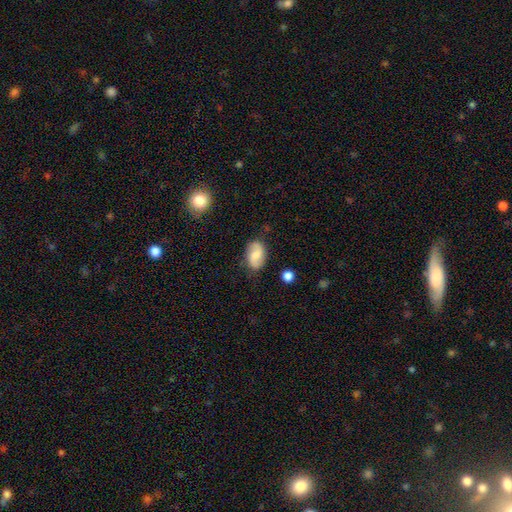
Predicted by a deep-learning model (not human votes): Smooth or featured? Predicted: featured or disk (p=0.52). Edge-on disk? Predicted: no (p=0.97). Bar? Predicted: weak (p=0.45). Spiral arms? Predicted: yes (p=0.91). Bulge size? Predicted: moderate (p=0.44). Merging? Predicted: none (p=0.79).